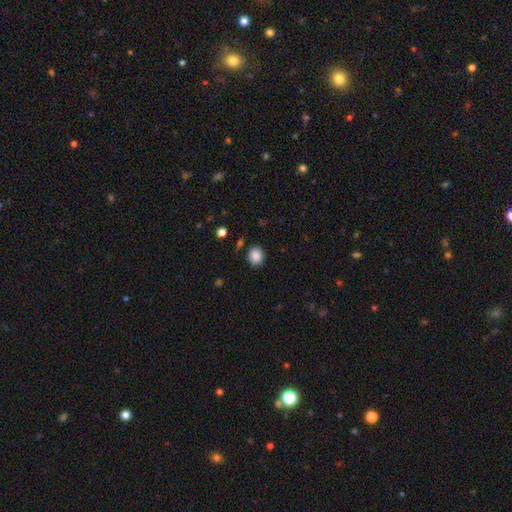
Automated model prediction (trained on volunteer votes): Overall: smooth (87%). How rounded: round (70%). Merging: none (85%).